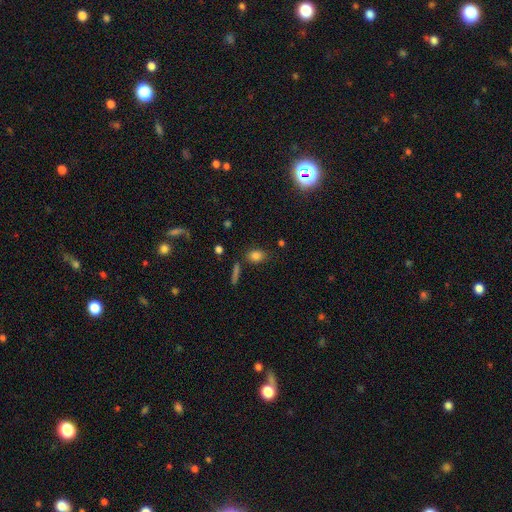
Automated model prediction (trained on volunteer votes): smooth-or-featured: smooth: 82% | star or artifact: 11% | featured or disk: 7%
  how-rounded: in between: 76% | round: 20% | cigar-shaped: 4%
  merging: none: 75% | minor disturbance: 14% | merger: 6% | major disturbance: 4%